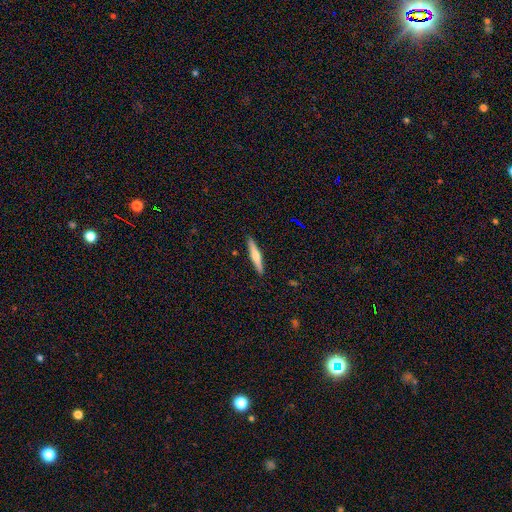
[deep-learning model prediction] Morphology: type=featured or disk (49%); merging=none (91%).